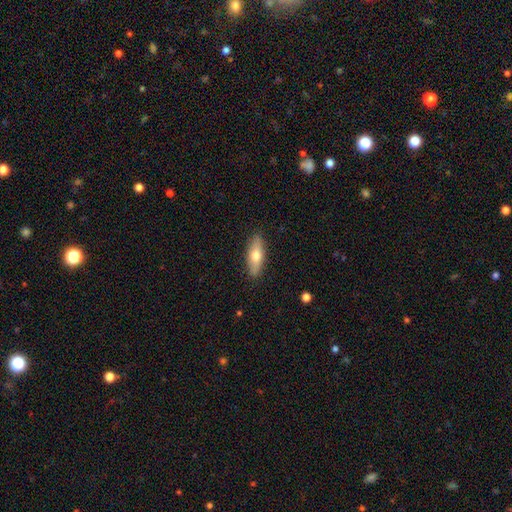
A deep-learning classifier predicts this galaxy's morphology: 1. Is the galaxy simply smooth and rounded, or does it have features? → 64% smooth, 30% featured or disk, 6% star or artifact.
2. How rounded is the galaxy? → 61% in between, 36% cigar-shaped, 3% round.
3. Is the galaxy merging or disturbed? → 88% none, 9% minor disturbance, 2% major disturbance, 1% merger.